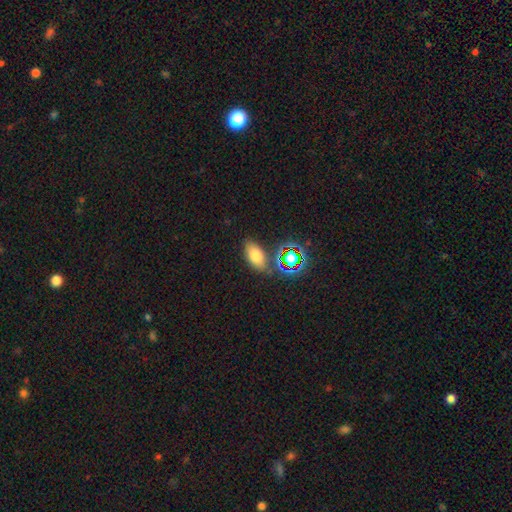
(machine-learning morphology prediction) type=smooth (69%); roundness=in between (88%); merging=none (75%).